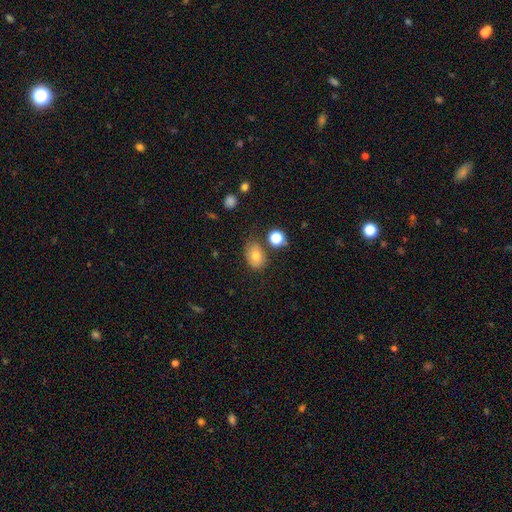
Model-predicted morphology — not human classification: Q: Smooth or featured?
A: smooth (74%); runner-up: featured or disk (14%)
Q: How rounded?
A: in between (73%); runner-up: round (25%)
Q: Merging?
A: none (70%); runner-up: minor disturbance (18%)